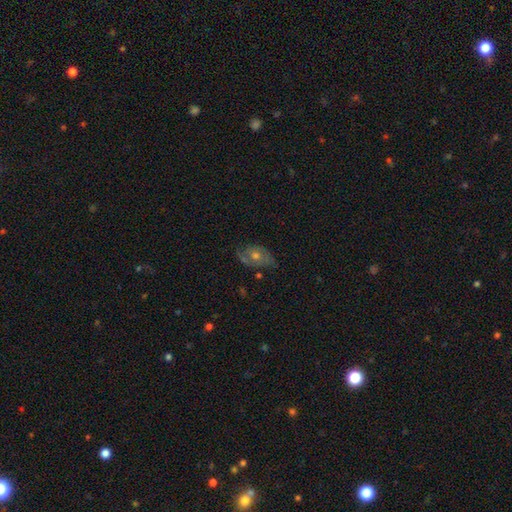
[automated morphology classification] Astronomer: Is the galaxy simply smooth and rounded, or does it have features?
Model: featured or disk — 60%.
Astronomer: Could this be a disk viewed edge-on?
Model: no — 93%.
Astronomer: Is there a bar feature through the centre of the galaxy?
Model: no — 81%.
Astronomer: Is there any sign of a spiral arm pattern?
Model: yes — 67%.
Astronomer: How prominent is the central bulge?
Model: moderate — 66%.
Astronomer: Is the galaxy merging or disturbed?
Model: none — 68%.